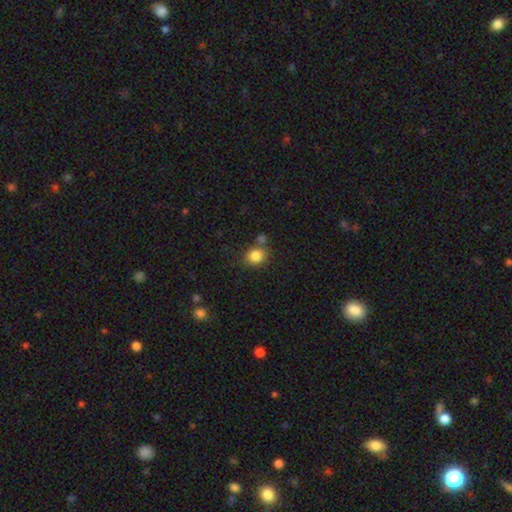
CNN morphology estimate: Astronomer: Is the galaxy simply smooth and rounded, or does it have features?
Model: smooth — 84%.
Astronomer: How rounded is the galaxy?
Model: round — 78%.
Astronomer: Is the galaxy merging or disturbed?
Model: none — 68%.